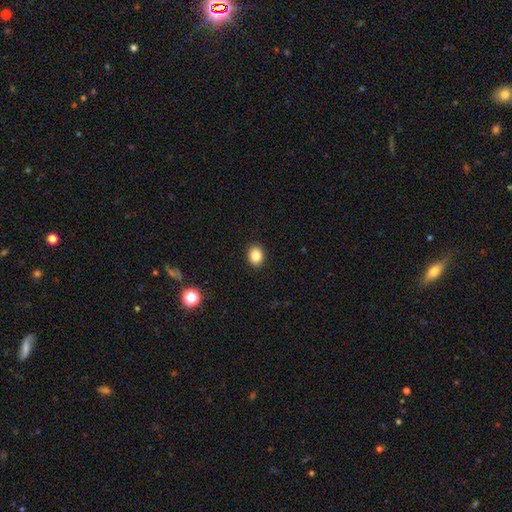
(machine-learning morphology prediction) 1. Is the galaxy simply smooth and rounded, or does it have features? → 84% smooth, 10% star or artifact, 6% featured or disk.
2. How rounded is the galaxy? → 55% round, 44% in between, 1% cigar-shaped.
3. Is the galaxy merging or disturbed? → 91% none, 6% minor disturbance, 2% major disturbance, 1% merger.